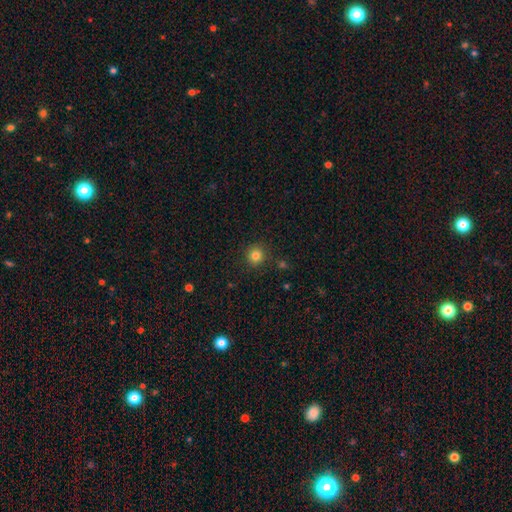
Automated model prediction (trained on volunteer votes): A smooth galaxy with no disk features (82%) that is round (93%).

Vote fractions:
- Smooth or featured? smooth: 82% / star or artifact: 13% / featured or disk: 5%
- How rounded? round: 93% / in between: 6% / cigar-shaped: 1%
- Merging? none: 90% / minor disturbance: 6% / major disturbance: 2% / merger: 2%